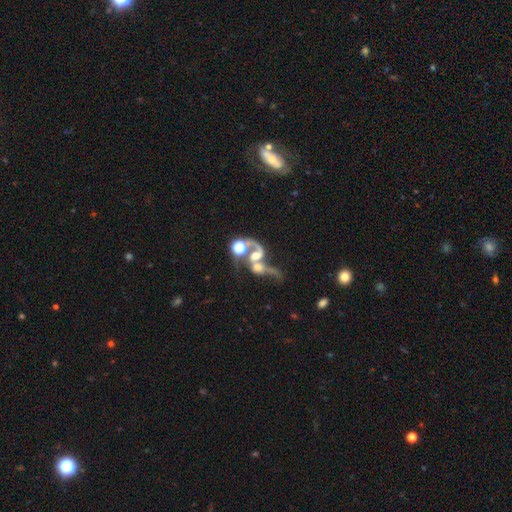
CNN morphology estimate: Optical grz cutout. It shows a featured or disk galaxy (65%) with no bar (64%), spiral arms (73%) and a moderate central bulge (41%). Merging: merger (65%).